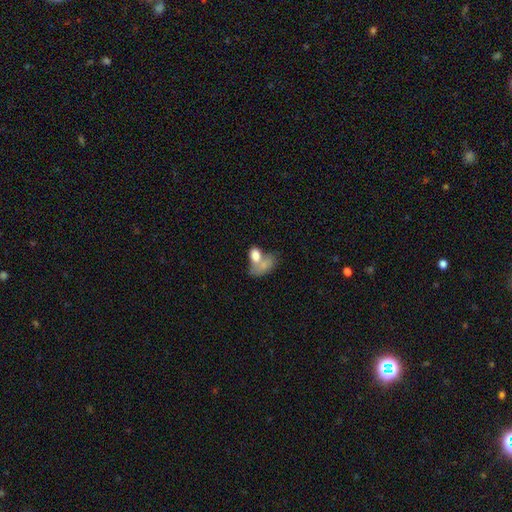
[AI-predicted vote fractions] Q: Smooth or featured?
A: smooth (74%); runner-up: featured or disk (17%)
Q: How rounded?
A: in between (83%); runner-up: round (14%)
Q: Merging?
A: merger (54%); runner-up: none (19%)